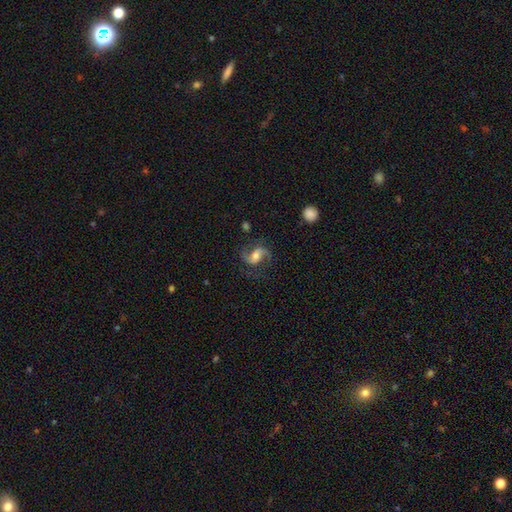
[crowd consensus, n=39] Q: Smooth or featured?
A: featured or disk (90%); runner-up: star or artifact (8%)
Q: Edge-on disk?
A: no (97%); runner-up: yes (3%)
Q: Bar?
A: weak (53%); runner-up: no (35%)
Q: Spiral arms?
A: yes (100%)
Q: Spiral winding?
A: loose (59%); runner-up: medium (35%)
Q: Spiral arm count?
A: 2 (97%); runner-up: can't tell (3%)
Q: Bulge size?
A: moderate (68%); runner-up: small (18%)
Q: Merging?
A: none (83%); runner-up: minor disturbance (14%)